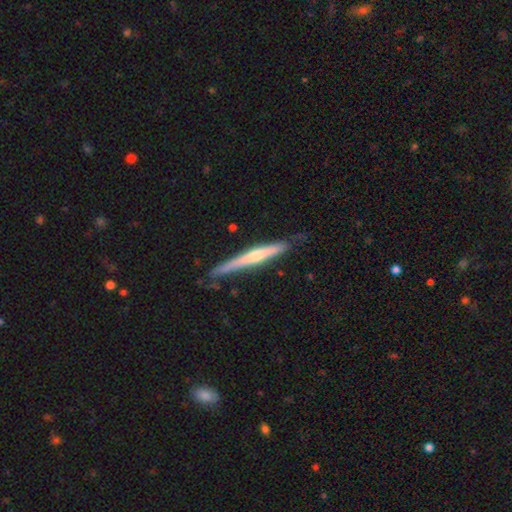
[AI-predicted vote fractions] The model was most divided on "smooth or featured": featured or disk: 67%, smooth: 27%, star or artifact: 6%. More confident: edge-on disk — yes (97%); merging — none (80%); edge-on bulge — rounded (71%).